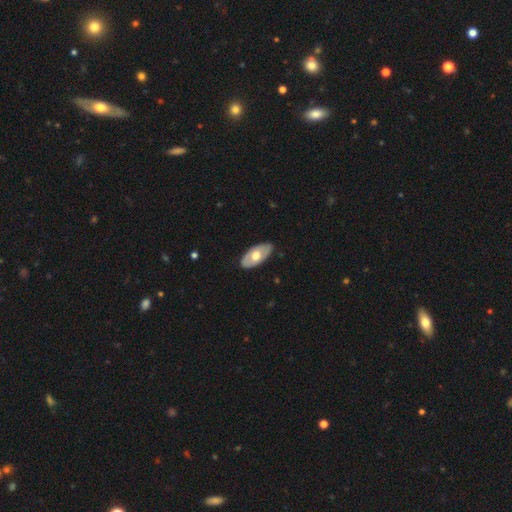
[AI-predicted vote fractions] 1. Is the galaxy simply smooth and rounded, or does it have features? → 50% smooth, 45% featured or disk, 4% star or artifact.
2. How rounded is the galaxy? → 93% in between, 4% cigar-shaped, 3% round.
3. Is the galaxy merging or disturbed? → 84% none, 12% minor disturbance, 2% major disturbance, 1% merger.